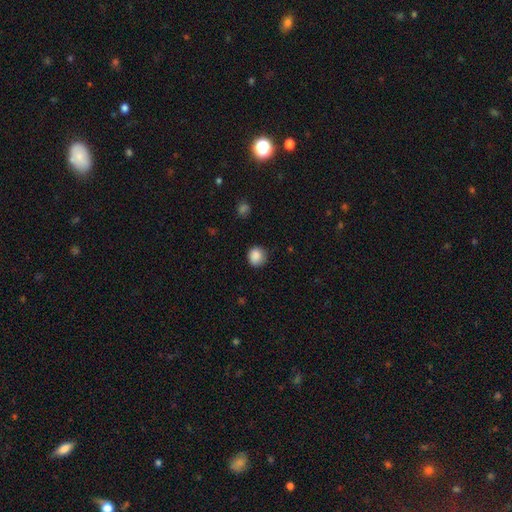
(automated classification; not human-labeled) This is clearly a smooth galaxy (88%). How rounded: clearly round (82%). Merging: likely none (79%).